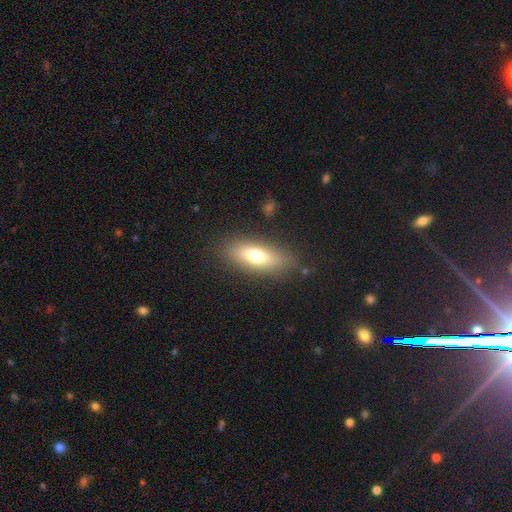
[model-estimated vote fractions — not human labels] The model was most divided on "how rounded": in between: 67%, cigar-shaped: 28%, round: 4%. More confident: merging — none (82%); smooth or featured — smooth (69%).